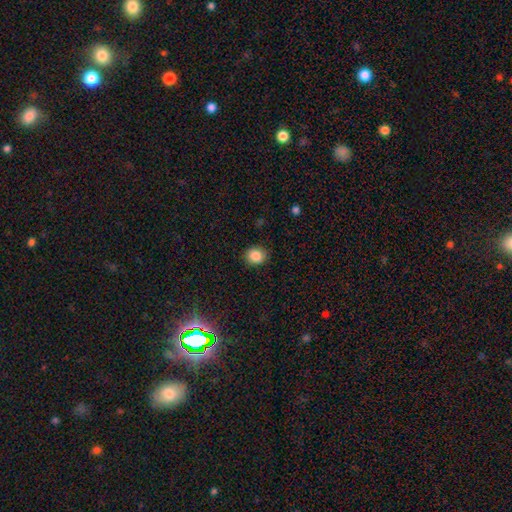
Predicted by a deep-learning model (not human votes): smooth_or_featured: smooth (p=0.86) [alt: star or artifact p=0.09]
how_rounded: round (p=0.74) [alt: in between p=0.25]
merging: none (p=0.88) [alt: minor disturbance p=0.09]